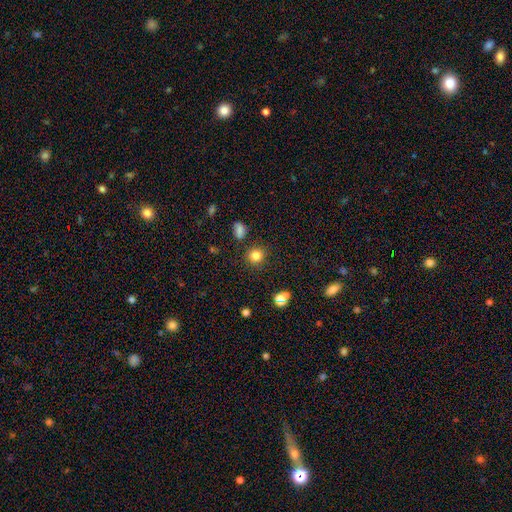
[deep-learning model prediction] A smooth galaxy with no disk features (81%) that is round (89%).

Vote fractions:
- Smooth or featured? smooth: 81% / star or artifact: 13% / featured or disk: 5%
- How rounded? round: 89% / in between: 10% / cigar-shaped: 1%
- Merging? none: 86% / minor disturbance: 7% / merger: 3% / major disturbance: 3%